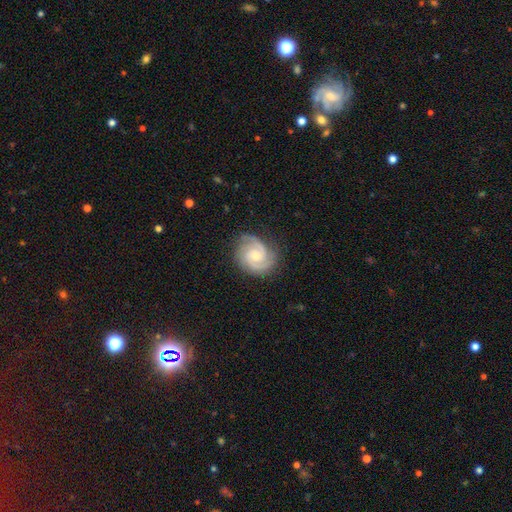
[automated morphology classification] The model was most divided on "bulge size": small: 49%, moderate: 44%, none: 4%, large: 3%, dominant: 1%. More confident: edge-on disk — no (98%); spiral arms — yes (98%); smooth or featured — featured or disk (87%); merging — none (79%); spiral arm count — 2 (65%); bar — no (60%); spiral winding — tight (55%).